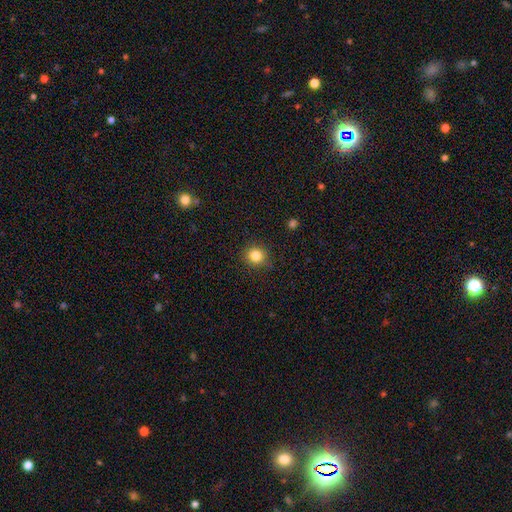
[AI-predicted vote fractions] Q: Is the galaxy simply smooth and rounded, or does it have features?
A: smooth — 83%.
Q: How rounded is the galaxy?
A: round — 90%.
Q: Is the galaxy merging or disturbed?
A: none — 89%.